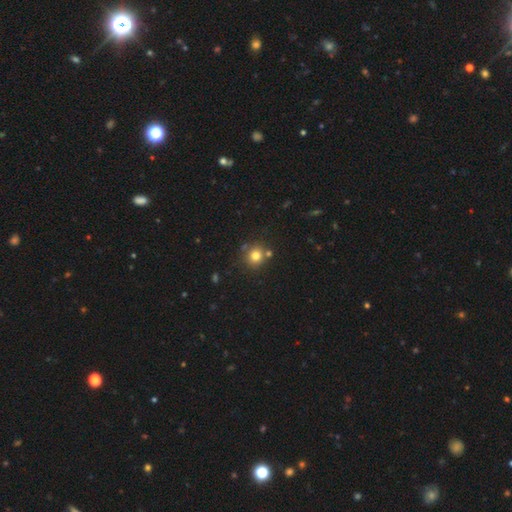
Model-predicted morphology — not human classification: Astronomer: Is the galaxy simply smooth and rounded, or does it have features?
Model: smooth — 78%.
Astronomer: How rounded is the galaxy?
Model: round — 90%.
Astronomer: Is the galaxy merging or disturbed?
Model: none — 76%.